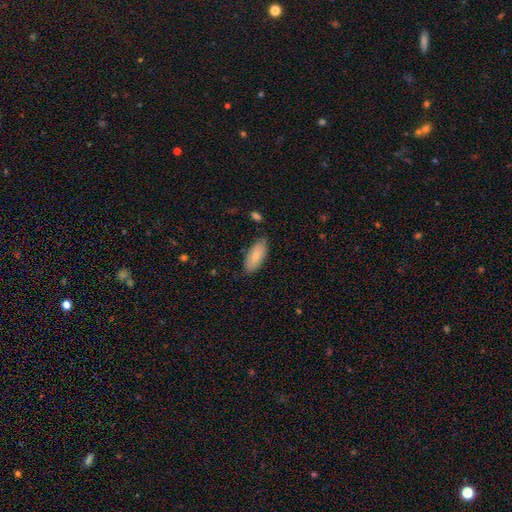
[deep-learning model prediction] Q: Smooth or featured?
A: smooth (79%); runner-up: featured or disk (16%)
Q: How rounded?
A: in between (88%); runner-up: cigar-shaped (10%)
Q: Merging?
A: none (79%); runner-up: minor disturbance (17%)